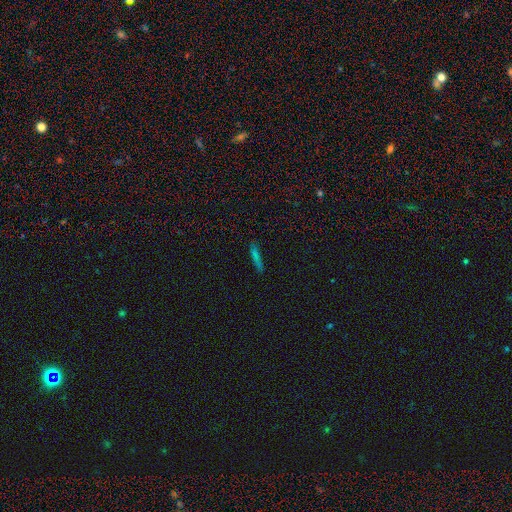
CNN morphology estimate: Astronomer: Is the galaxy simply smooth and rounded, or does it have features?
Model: smooth — 60%.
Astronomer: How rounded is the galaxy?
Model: cigar-shaped — 91%.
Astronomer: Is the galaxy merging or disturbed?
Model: none — 86%.